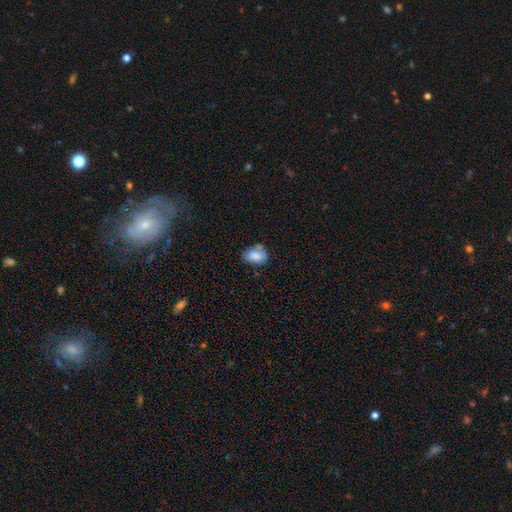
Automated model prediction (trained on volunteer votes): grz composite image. It shows a smooth galaxy with no disk features (81%) that is in between round and cigar-shaped (79%). Merging: none (52%).